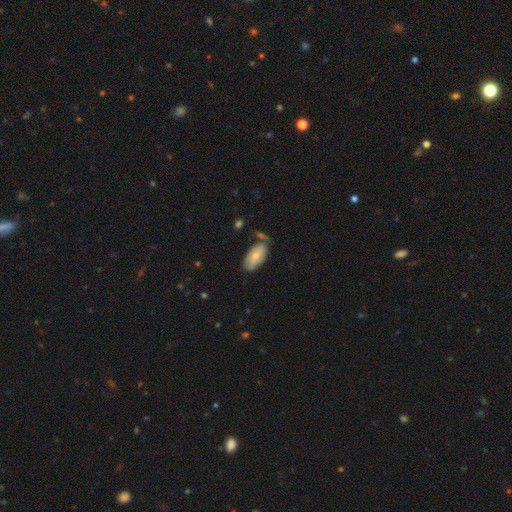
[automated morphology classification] Smooth or featured? Predicted: smooth (p=0.66). How rounded? Predicted: in between (p=0.93). Merging? Predicted: none (p=0.57).